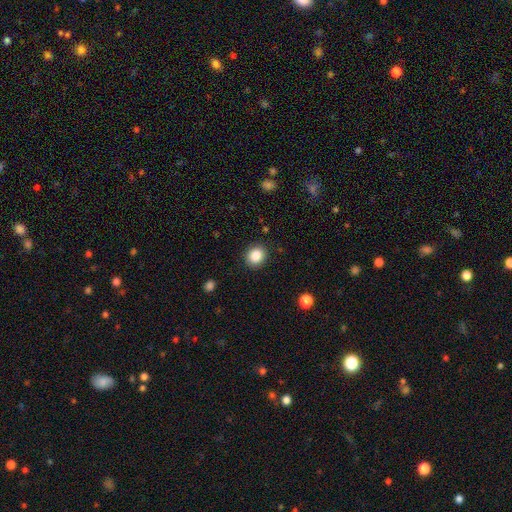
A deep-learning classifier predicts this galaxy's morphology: Q: Smooth or featured?
A: smooth (86%); runner-up: star or artifact (9%)
Q: How rounded?
A: round (76%); runner-up: in between (23%)
Q: Merging?
A: none (90%); runner-up: minor disturbance (7%)